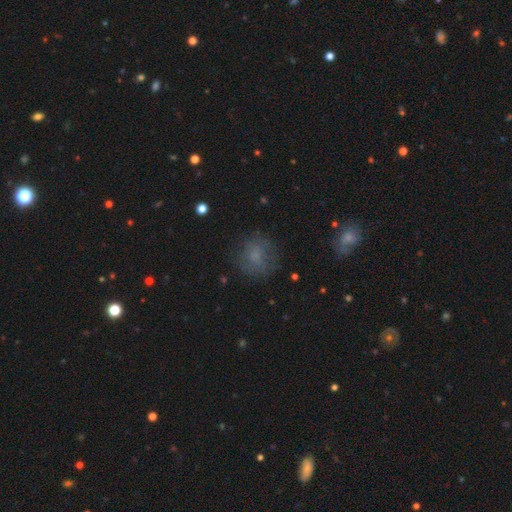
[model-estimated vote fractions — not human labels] A smooth galaxy with no disk features (64%) that is round (77%). Merging: none (71%).